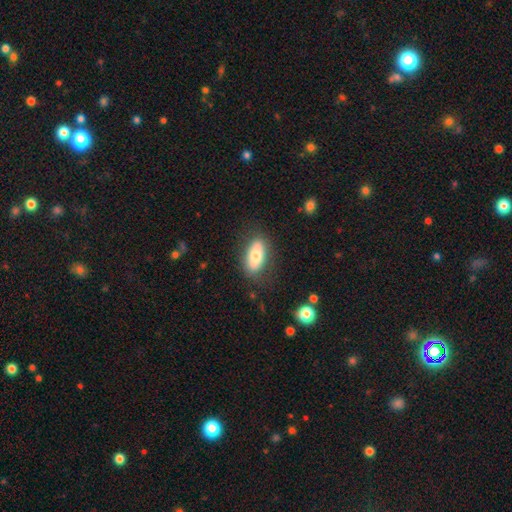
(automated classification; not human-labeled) smooth-or-featured: smooth: 71% | featured or disk: 22% | star or artifact: 7%
  how-rounded: in between: 87% | cigar-shaped: 9% | round: 4%
  merging: none: 80% | minor disturbance: 14% | major disturbance: 5% | merger: 2%